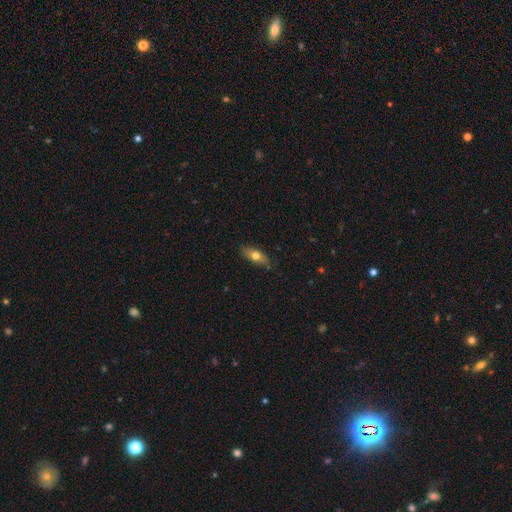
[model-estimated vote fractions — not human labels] Morphology: type=smooth (70%); roundness=in between (77%); merging=none (82%).